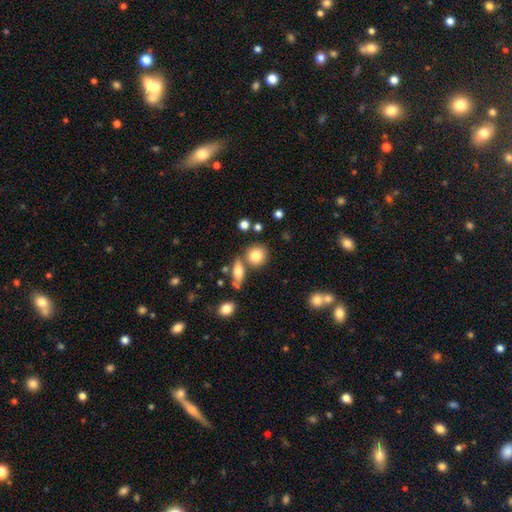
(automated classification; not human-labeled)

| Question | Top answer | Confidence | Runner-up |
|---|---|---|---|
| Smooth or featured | smooth | 81% | featured or disk (10%) |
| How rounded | round | 80% | in between (18%) |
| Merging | none | 68% | merger (19%) |